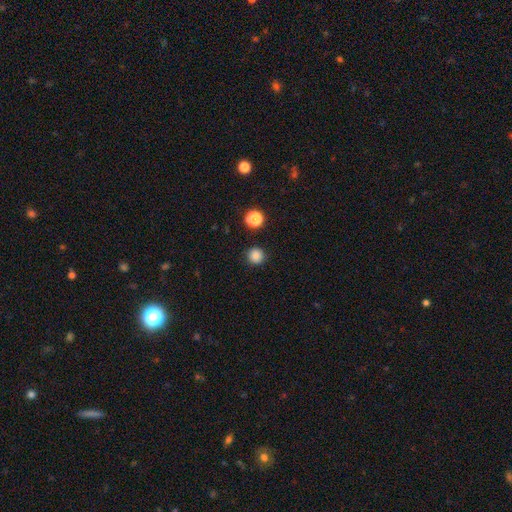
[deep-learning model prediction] Morphology: type=smooth (84%); roundness=round (95%); merging=none (90%).